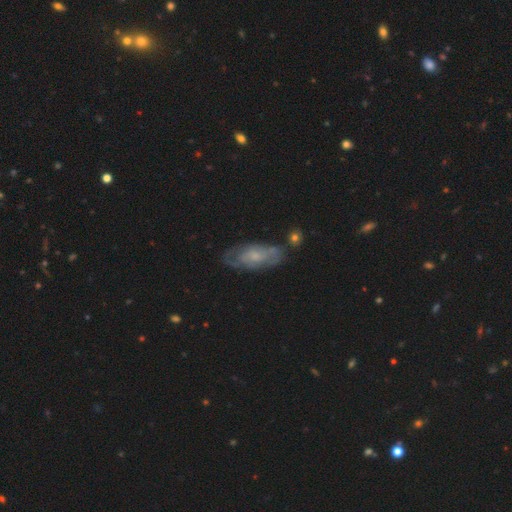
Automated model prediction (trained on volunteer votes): Smooth or featured? Predicted: featured or disk (p=0.60). Edge-on disk? Predicted: no (p=0.86). Bar? Predicted: no (p=0.73). Spiral arms? Predicted: yes (p=0.64). Bulge size? Predicted: small (p=0.54). Merging? Predicted: none (p=0.65).